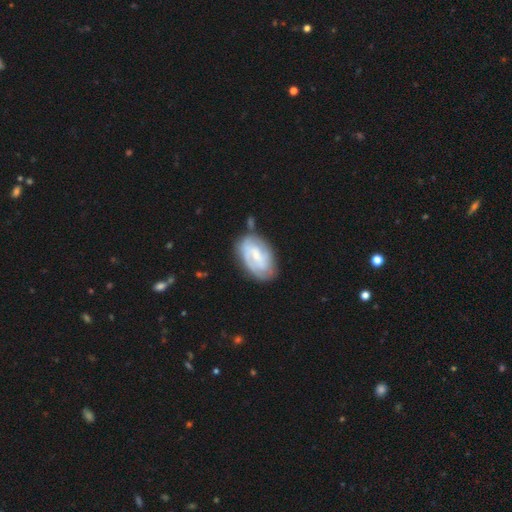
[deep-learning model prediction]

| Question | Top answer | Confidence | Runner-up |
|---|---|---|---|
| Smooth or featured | featured or disk | 66% | smooth (28%) |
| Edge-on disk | no | 96% | yes (4%) |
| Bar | weak | 49% | no (37%) |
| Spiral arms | yes | 82% | no (18%) |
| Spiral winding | tight | 50% | medium (35%) |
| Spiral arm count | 2 | 43% | can't tell (37%) |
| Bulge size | small | 61% | moderate (30%) |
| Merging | none | 64% | minor disturbance (23%) |